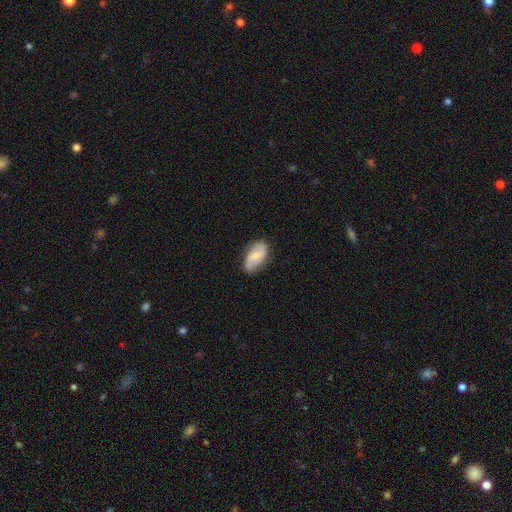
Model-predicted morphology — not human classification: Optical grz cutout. It shows a featured or disk galaxy (55%) with a weak bar (47%), spiral arms (90%) and a small central bulge (48%). Merging: none (72%).